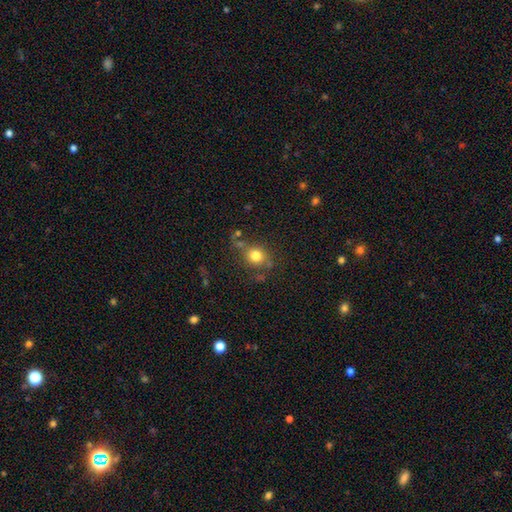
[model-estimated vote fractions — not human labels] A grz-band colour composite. It shows a smooth galaxy with no disk features (78%) that is round (80%). Merging: none (70%).